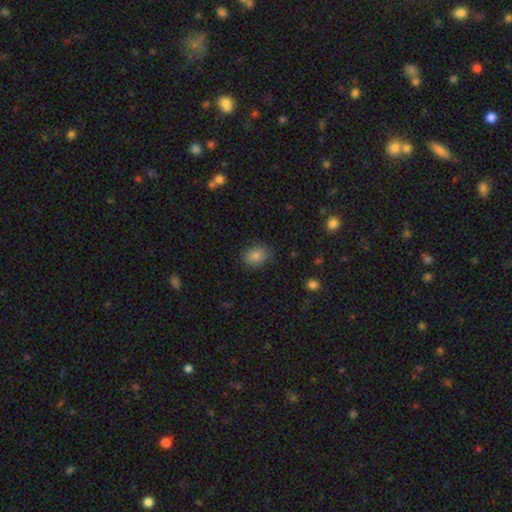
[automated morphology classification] smooth_or_featured: smooth (p=0.83) [alt: star or artifact p=0.10]
how_rounded: in between (p=0.63) [alt: round p=0.36]
merging: none (p=0.83) [alt: minor disturbance p=0.13]